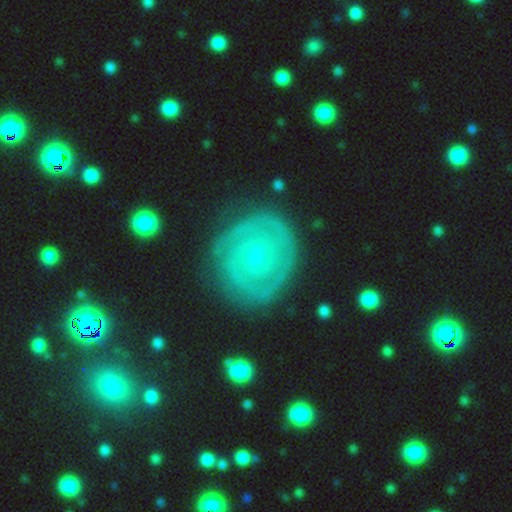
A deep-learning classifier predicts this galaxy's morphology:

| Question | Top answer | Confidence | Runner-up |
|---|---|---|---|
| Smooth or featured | featured or disk | 81% | smooth (13%) |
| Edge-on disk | no | 98% | yes (2%) |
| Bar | no | 79% | weak (16%) |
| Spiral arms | yes | 90% | no (10%) |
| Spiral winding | tight | 78% | medium (17%) |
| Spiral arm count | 2 | 44% | can't tell (25%) |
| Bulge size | small | 84% | moderate (12%) |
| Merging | none | 82% | minor disturbance (12%) |